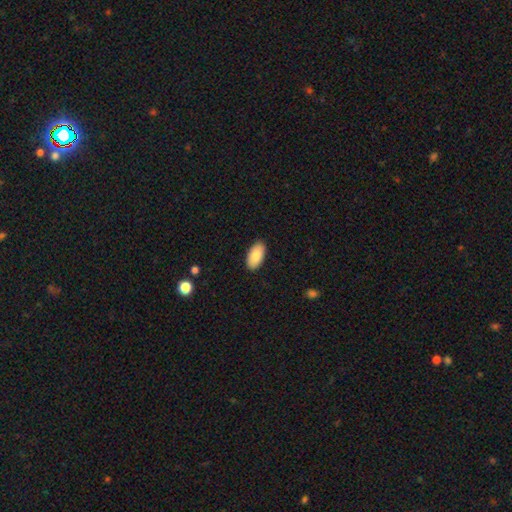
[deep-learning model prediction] Morphology: type=smooth (85%); roundness=in between (95%); merging=none (89%).